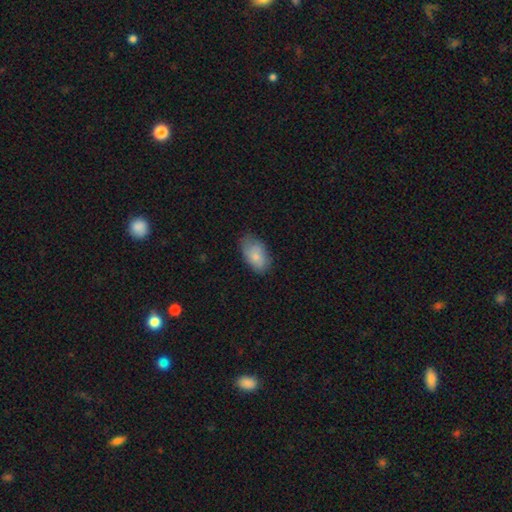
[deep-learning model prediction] Smooth or featured? smooth (81%)
How rounded? in between (93%)
Merging? none (66%)